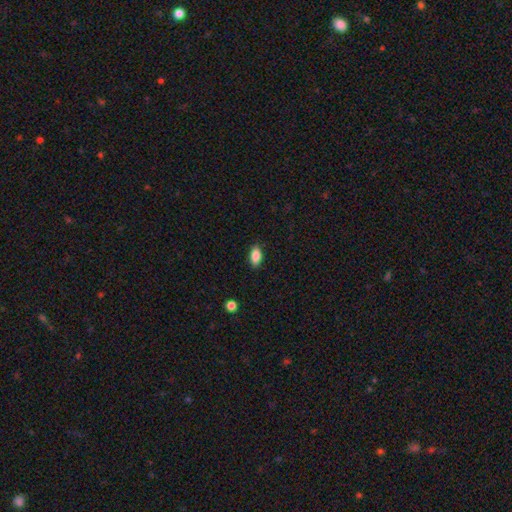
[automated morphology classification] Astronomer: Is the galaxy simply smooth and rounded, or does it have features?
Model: smooth — 85%.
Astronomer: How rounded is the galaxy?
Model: in between — 89%.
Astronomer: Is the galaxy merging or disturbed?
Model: none — 87%.